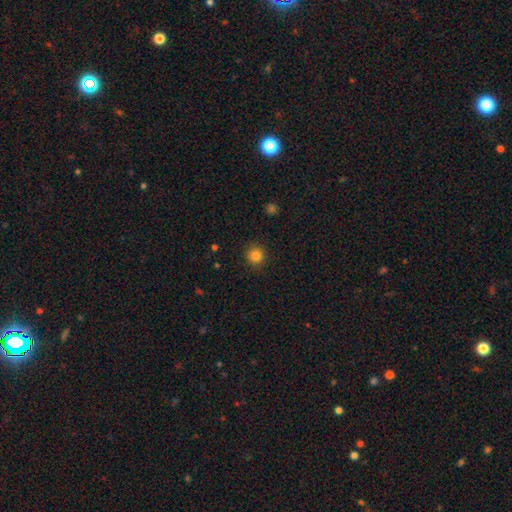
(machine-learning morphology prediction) Q: Smooth or featured?
A: smooth (84%); runner-up: star or artifact (12%)
Q: How rounded?
A: round (93%); runner-up: in between (6%)
Q: Merging?
A: none (90%); runner-up: minor disturbance (6%)